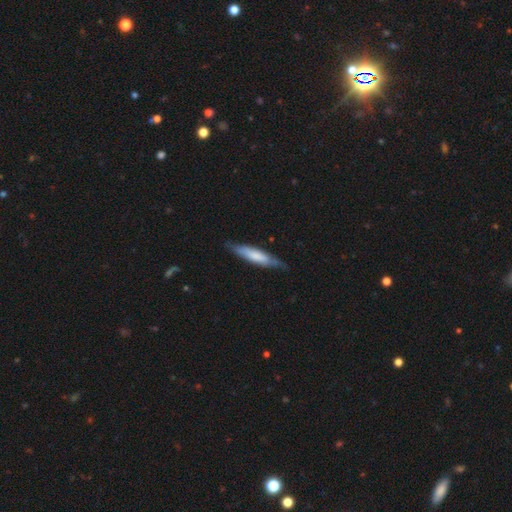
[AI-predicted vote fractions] This is likely a smooth galaxy (62%). How rounded: clearly cigar-shaped (83%). Merging: likely none (76%).